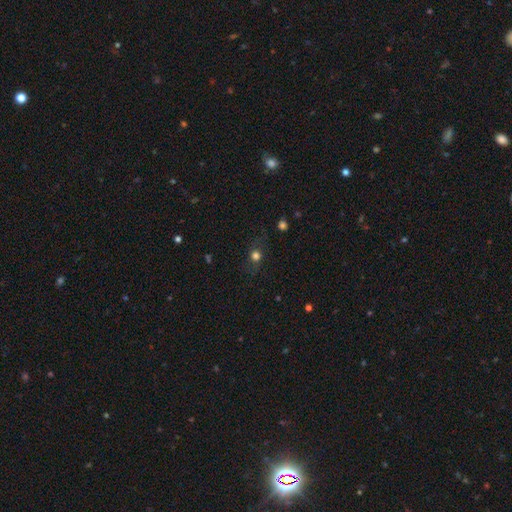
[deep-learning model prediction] smooth-or-featured: smooth: 64% | star or artifact: 21% | featured or disk: 16%
  how-rounded: round: 70% | in between: 26% | cigar-shaped: 4%
  merging: none: 75% | minor disturbance: 15% | major disturbance: 8% | merger: 2%